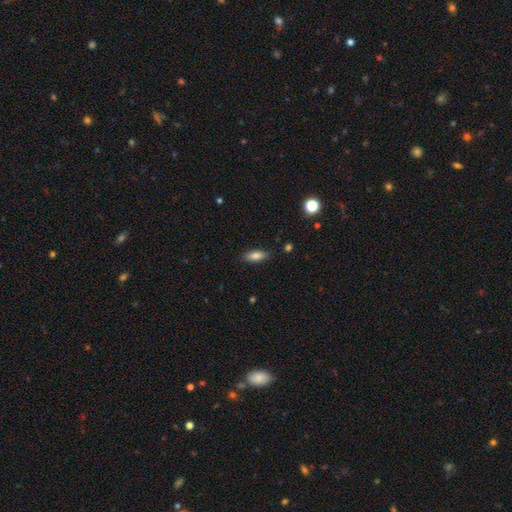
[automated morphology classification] Q: Smooth or featured?
A: smooth (82%); runner-up: featured or disk (10%)
Q: How rounded?
A: in between (72%); runner-up: cigar-shaped (25%)
Q: Merging?
A: none (86%); runner-up: minor disturbance (10%)